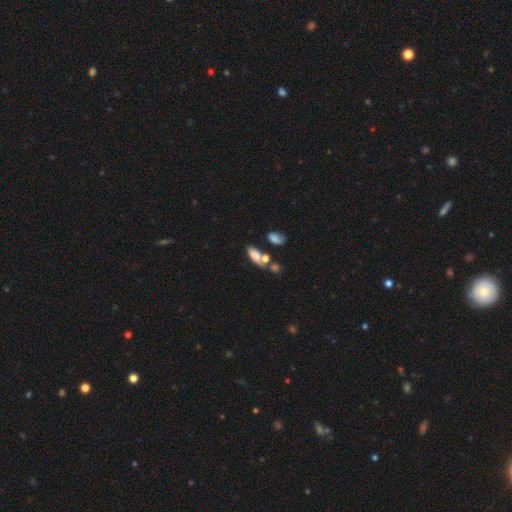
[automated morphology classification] This appears to be a smooth galaxy with no disk features (70%) that is in between round and cigar-shaped (81%). Merging: none (38%).